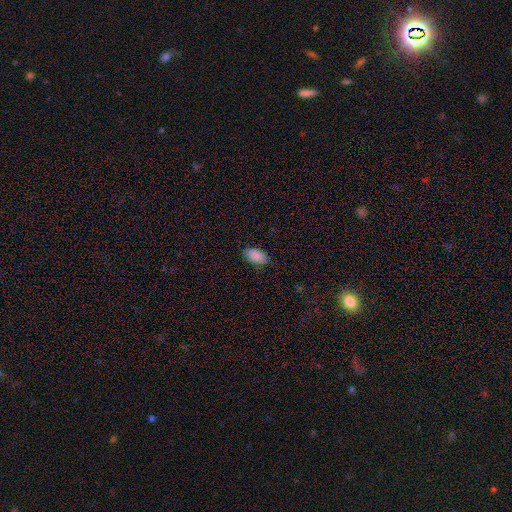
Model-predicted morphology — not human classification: The model was most divided on "merging": none: 83%, minor disturbance: 13%, major disturbance: 3%, merger: 1%. More confident: how rounded — in between (94%); smooth or featured — smooth (89%).